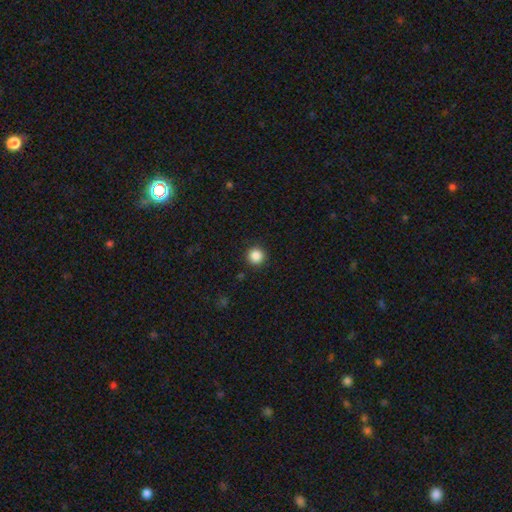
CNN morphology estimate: A smooth galaxy with no disk features (86%) that is round (96%). Merging: none (92%).